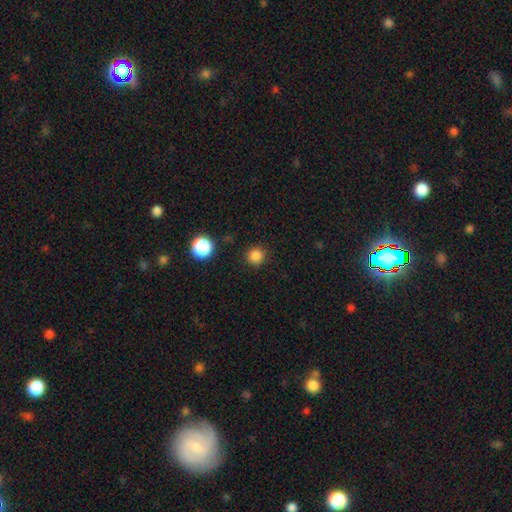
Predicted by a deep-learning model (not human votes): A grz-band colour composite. It shows a smooth galaxy with no disk features (83%) that is round (95%). Merging: none (90%).